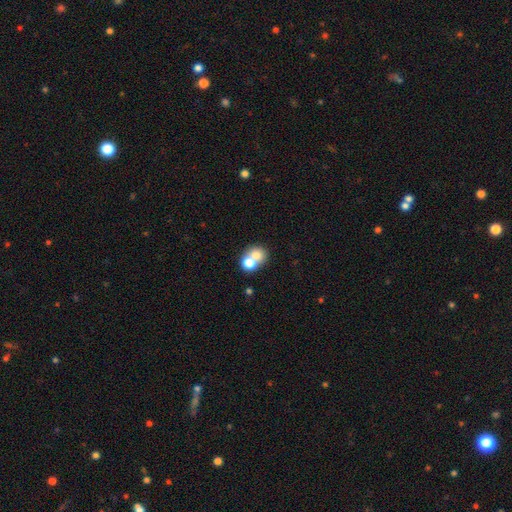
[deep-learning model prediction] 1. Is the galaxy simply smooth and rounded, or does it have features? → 72% smooth, 17% featured or disk, 11% star or artifact.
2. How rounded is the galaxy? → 67% round, 32% in between, 1% cigar-shaped.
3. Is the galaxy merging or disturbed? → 60% merger, 31% none, 6% minor disturbance, 3% major disturbance.